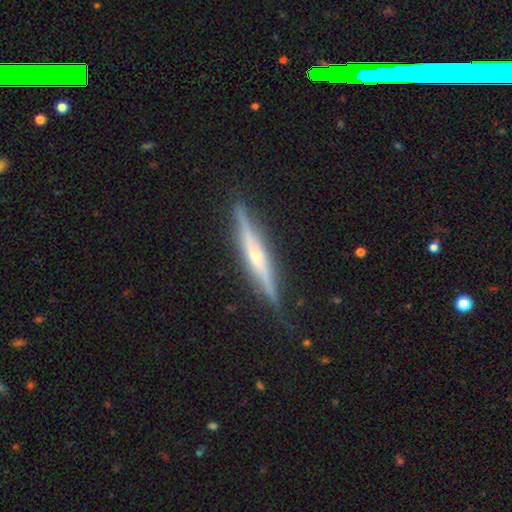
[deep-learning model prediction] smooth_or_featured: featured or disk (p=0.75) [alt: smooth p=0.20]
disk_edge_on: yes (p=0.96) [alt: no p=0.04]
edge_on_bulge: rounded (p=0.73) [alt: none p=0.20]
merging: none (p=0.86) [alt: minor disturbance p=0.11]